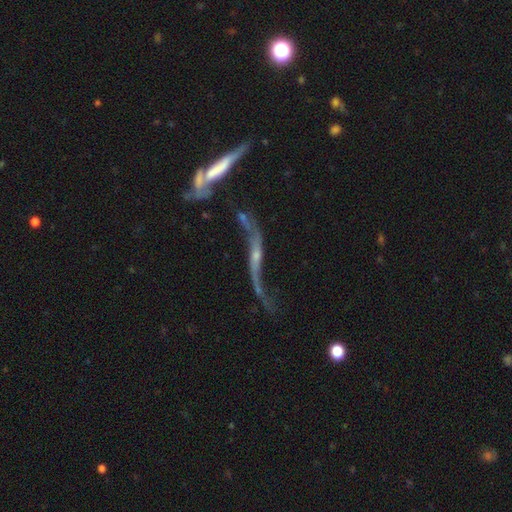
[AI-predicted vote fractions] smooth-or-featured: featured or disk: 82% | star or artifact: 10% | smooth: 8%
  disk-edge-on: no: 61% | yes: 39%
  merging: none: 35% | merger: 28% | major disturbance: 21% | minor disturbance: 16%